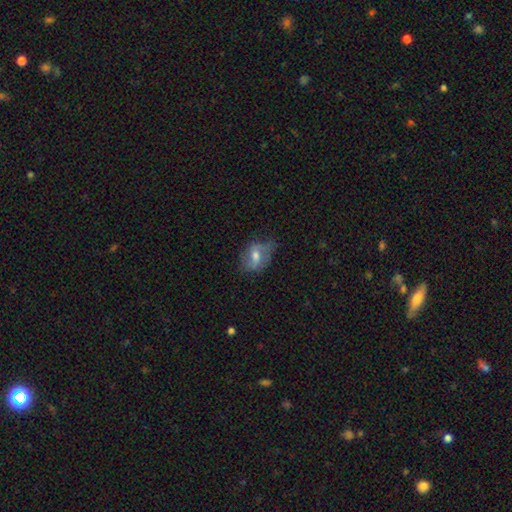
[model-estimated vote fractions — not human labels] smooth-or-featured: featured or disk: 46% | smooth: 45% | star or artifact: 8%
  merging: none: 54% | minor disturbance: 31% | major disturbance: 13% | merger: 2%